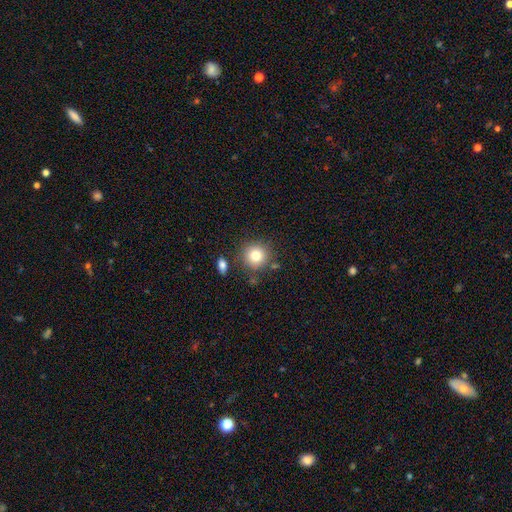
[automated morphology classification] type=smooth (79%); roundness=round (92%); merging=none (80%).